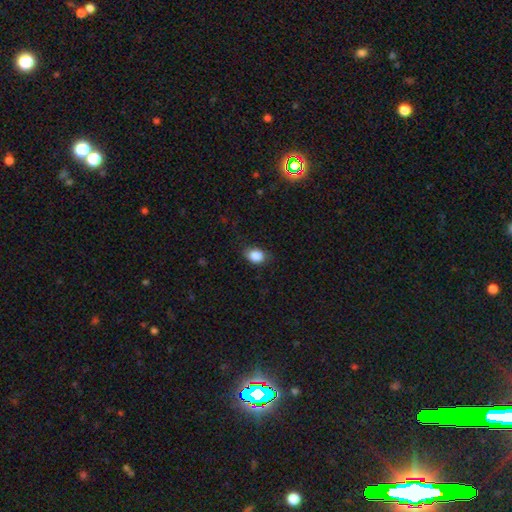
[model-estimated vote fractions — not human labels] Smooth or featured? smooth (86%)
How rounded? in between (70%)
Merging? none (78%)